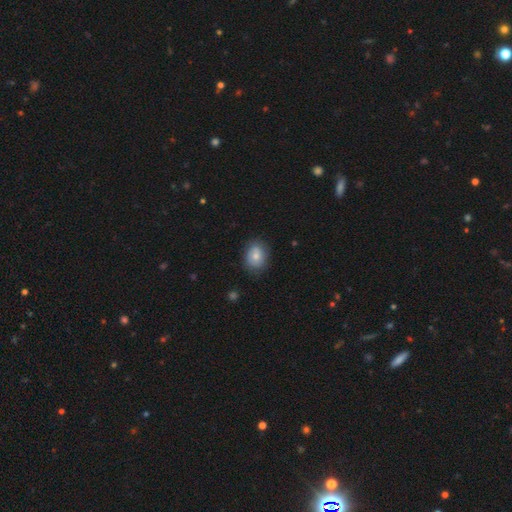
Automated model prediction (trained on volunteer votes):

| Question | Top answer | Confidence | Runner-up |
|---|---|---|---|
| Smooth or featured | smooth | 76% | featured or disk (15%) |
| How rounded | in between | 56% | round (43%) |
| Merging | none | 78% | minor disturbance (16%) |